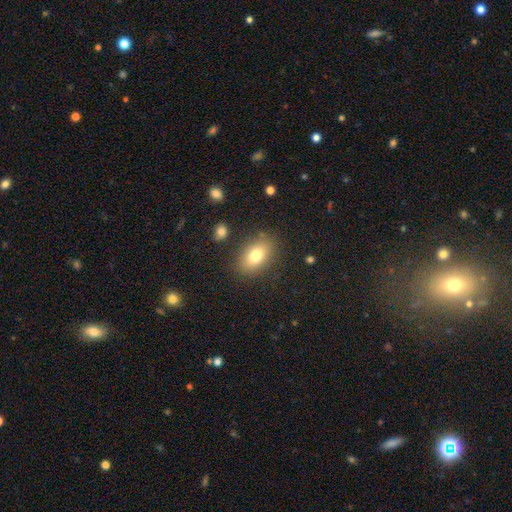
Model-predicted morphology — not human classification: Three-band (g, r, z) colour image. It shows a smooth galaxy with no disk features (77%) that is in between round and cigar-shaped (86%). Merging: none (83%).